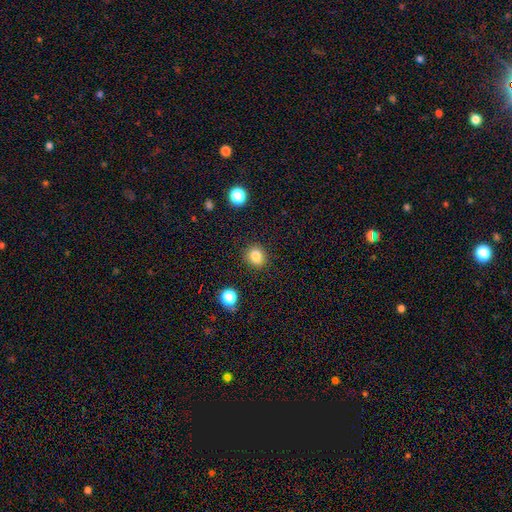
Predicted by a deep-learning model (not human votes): smooth 83%, star or artifact 12%, featured or disk 5%. Down the decision tree: how rounded — round (72%); merging — none (84%).